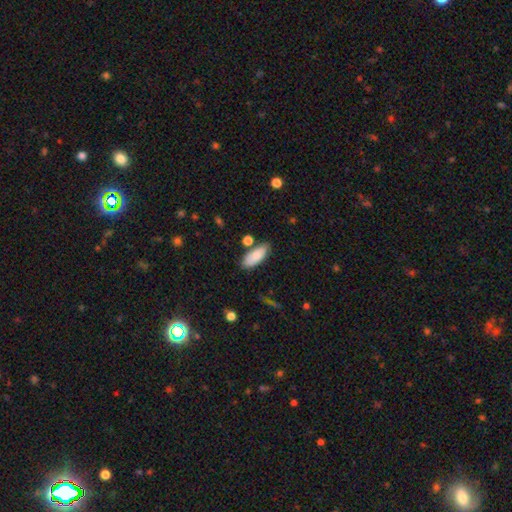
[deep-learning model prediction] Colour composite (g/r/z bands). It shows a smooth galaxy with no disk features (80%) that is in between round and cigar-shaped (82%). Merging: none (73%).